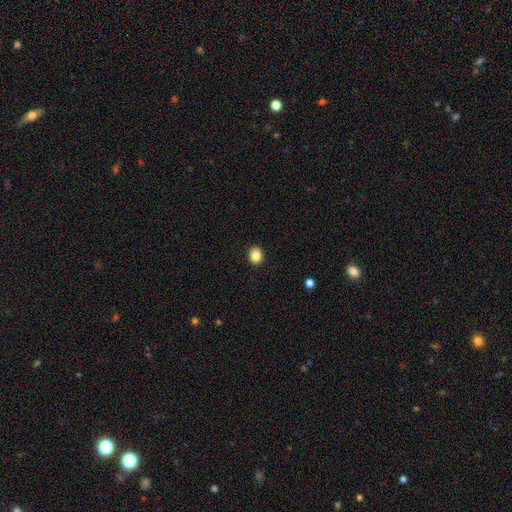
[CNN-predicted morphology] Smooth or featured?
  - smooth: 85% *
  - star or artifact: 10%
  - featured or disk: 5%
How rounded?
  - round: 69% *
  - in between: 30%
  - cigar-shaped: 1%
Merging?
  - none: 92% *
  - minor disturbance: 6%
  - major disturbance: 2%
  - merger: 1%